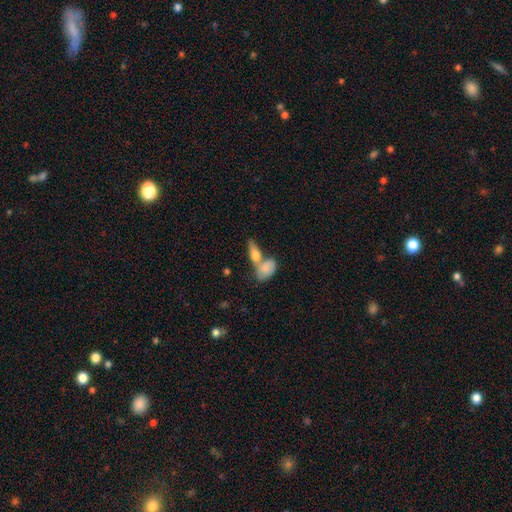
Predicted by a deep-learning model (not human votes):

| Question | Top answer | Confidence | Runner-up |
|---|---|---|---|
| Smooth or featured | smooth | 70% | featured or disk (23%) |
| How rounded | in between | 74% | cigar-shaped (17%) |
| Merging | merger | 48% | none (38%) |